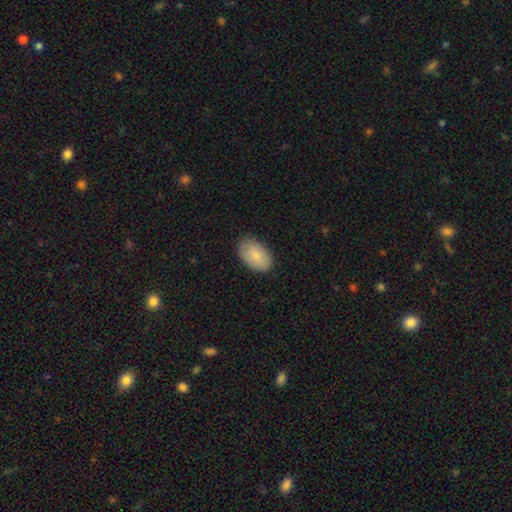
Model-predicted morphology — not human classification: Smooth or featured? Predicted: smooth (p=0.86). How rounded? Predicted: in between (p=0.93). Merging? Predicted: none (p=0.82).